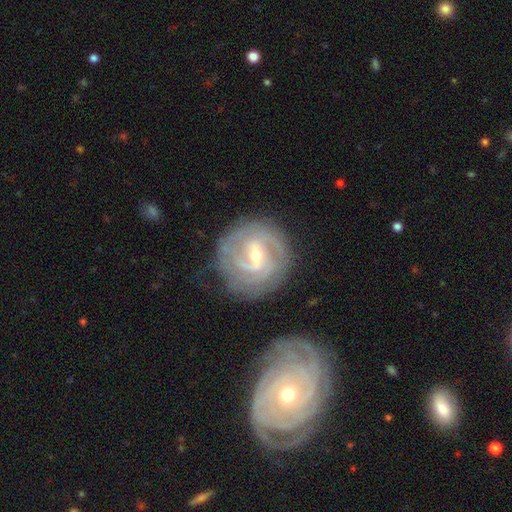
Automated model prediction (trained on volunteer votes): Smooth or featured: featured or disk — 87% (smooth — 8%)
Edge-on disk: no — 97% (yes — 3%)
Bar: weak — 50% (strong — 35%)
Spiral arms: yes — 95% (no — 5%)
Spiral winding: tight — 67% (medium — 27%)
Spiral arm count: 2 — 37% (3 — 24%)
Bulge size: moderate — 56% (small — 40%)
Merging: none — 77% (minor disturbance — 14%)